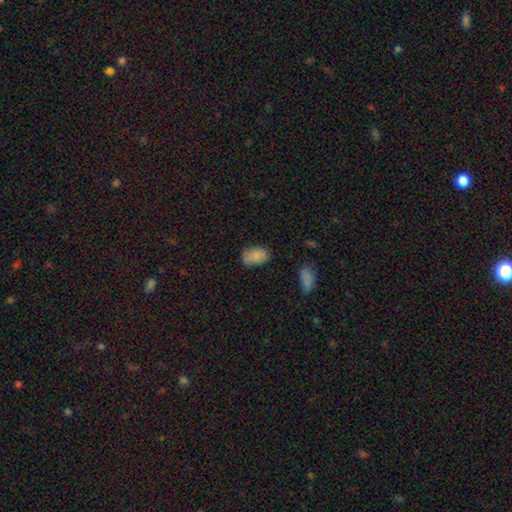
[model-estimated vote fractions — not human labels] smooth_or_featured: smooth (p=0.86) [alt: star or artifact p=0.08]
how_rounded: in between (p=0.89) [alt: round p=0.10]
merging: none (p=0.76) [alt: minor disturbance p=0.18]